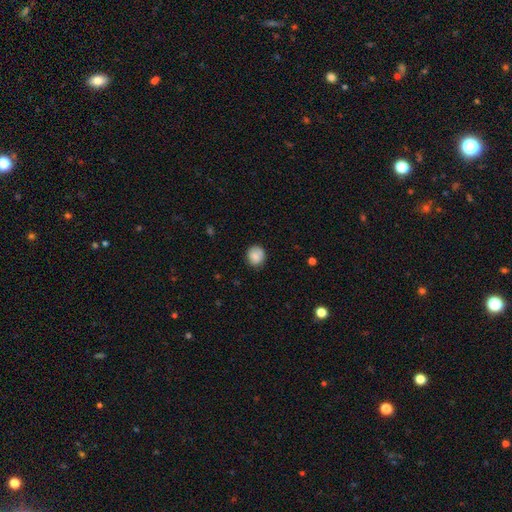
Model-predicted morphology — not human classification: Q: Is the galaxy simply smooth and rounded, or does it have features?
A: smooth — 84%.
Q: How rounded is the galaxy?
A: round — 84%.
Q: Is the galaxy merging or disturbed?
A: none — 79%.